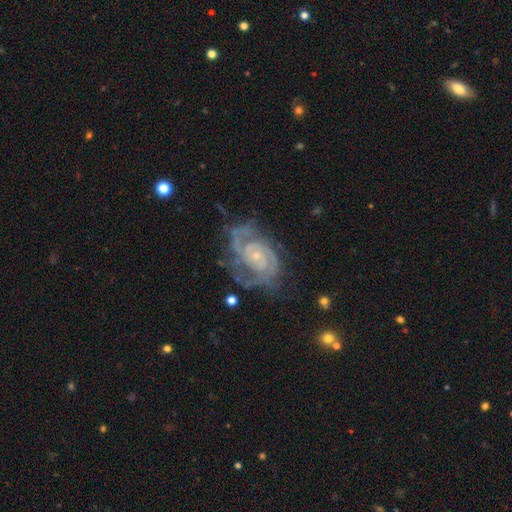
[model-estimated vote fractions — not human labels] Morphology: type=featured or disk (90%); edge-on=no (98%); bar=no (65%); spiral arms=yes (98%); winding=tight (61%); arm count=2 (59%); bulge=small (76%); merging=none (67%).